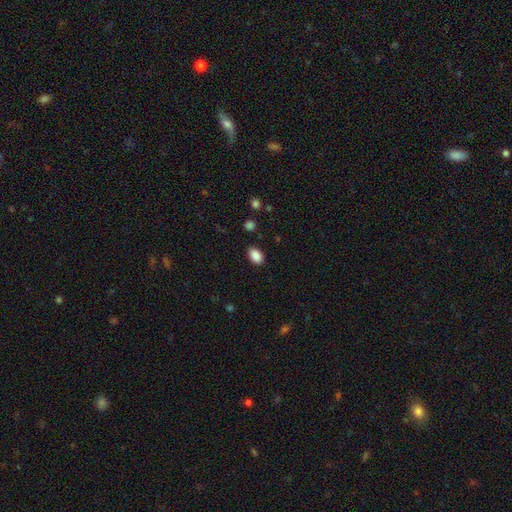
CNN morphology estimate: Smooth or featured? Predicted: smooth (p=0.89). How rounded? Predicted: in between (p=0.88). Merging? Predicted: none (p=0.87).